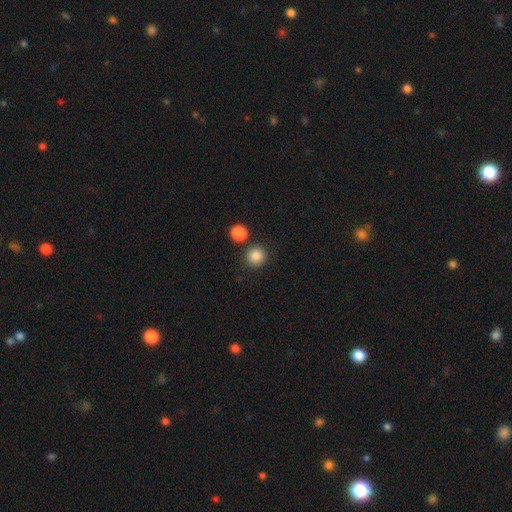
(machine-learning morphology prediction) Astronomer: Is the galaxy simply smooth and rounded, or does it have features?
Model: smooth — 87%.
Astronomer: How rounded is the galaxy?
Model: round — 92%.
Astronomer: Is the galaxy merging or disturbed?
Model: none — 82%.